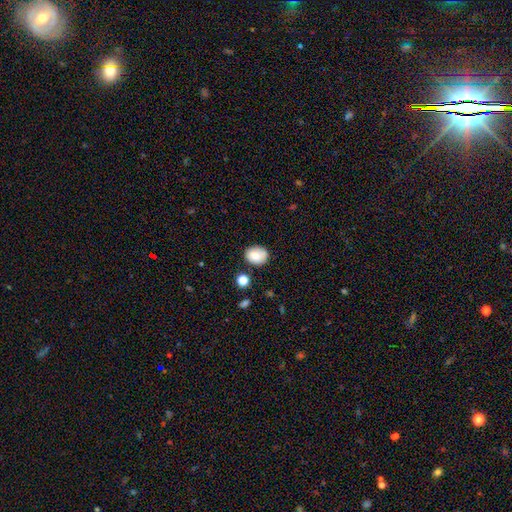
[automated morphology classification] Overall: smooth (79%). How rounded: round (53%; in between 46%). Merging: none (73%).